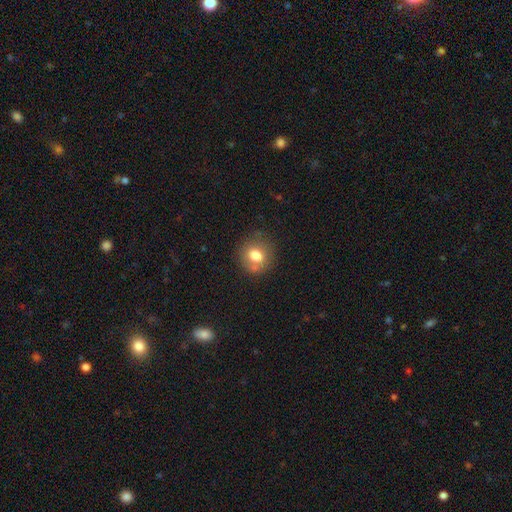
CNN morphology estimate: Q: Smooth or featured?
A: smooth (76%); runner-up: featured or disk (14%)
Q: How rounded?
A: round (80%); runner-up: in between (19%)
Q: Merging?
A: none (71%); runner-up: minor disturbance (17%)